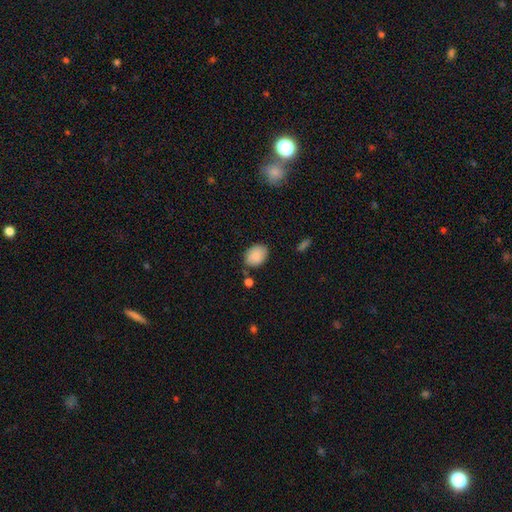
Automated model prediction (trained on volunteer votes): Q: Smooth or featured?
A: smooth (88%); runner-up: star or artifact (7%)
Q: How rounded?
A: in between (71%); runner-up: round (28%)
Q: Merging?
A: none (74%); runner-up: minor disturbance (18%)